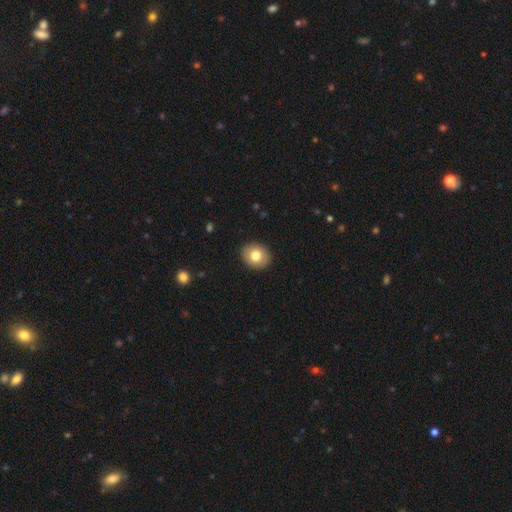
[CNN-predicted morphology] Q: Smooth or featured?
A: smooth (78%); runner-up: featured or disk (13%)
Q: How rounded?
A: round (65%); runner-up: in between (34%)
Q: Merging?
A: none (91%); runner-up: minor disturbance (6%)